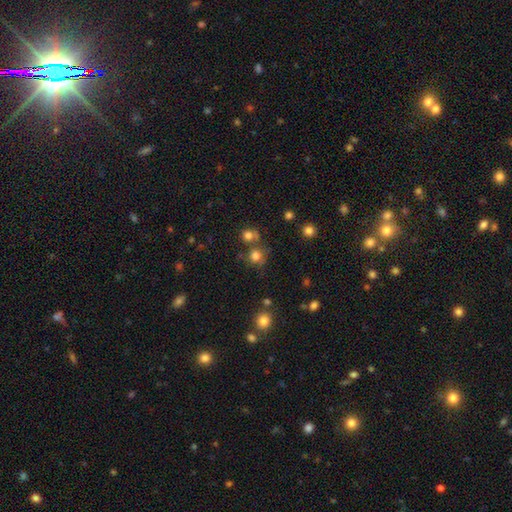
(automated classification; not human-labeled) A smooth galaxy with no disk features (76%) that is round (88%). Merging: none (66%).